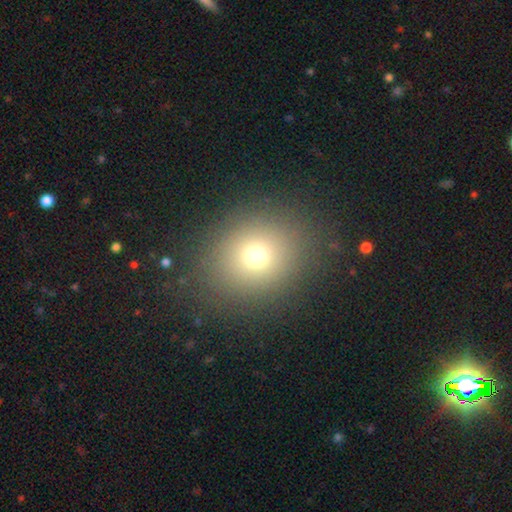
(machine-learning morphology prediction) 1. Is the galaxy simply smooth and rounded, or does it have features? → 71% smooth, 18% star or artifact, 11% featured or disk.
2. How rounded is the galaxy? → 70% round, 29% in between, 1% cigar-shaped.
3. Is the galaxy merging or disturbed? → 86% none, 8% minor disturbance, 4% major disturbance, 1% merger.